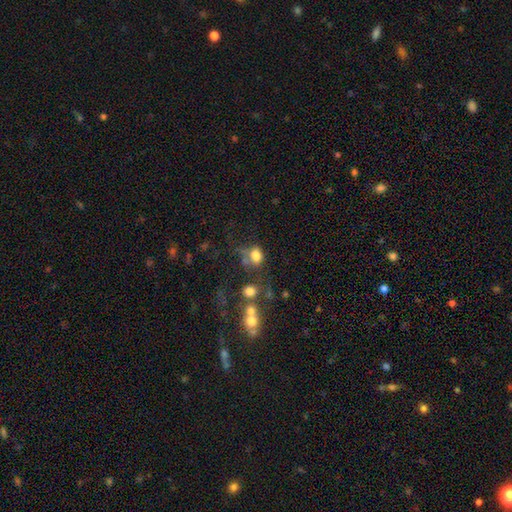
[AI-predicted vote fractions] Smooth or featured? Predicted: smooth (p=0.75). How rounded? Predicted: in between (p=0.56). Merging? Predicted: none (p=0.37).